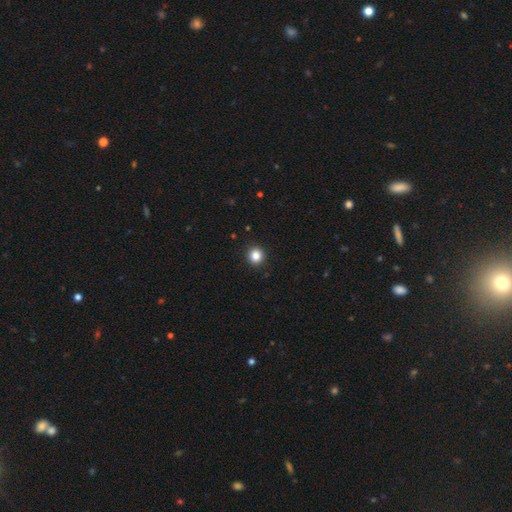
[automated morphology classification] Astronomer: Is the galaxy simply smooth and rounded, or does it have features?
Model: smooth — 85%.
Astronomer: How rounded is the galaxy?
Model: round — 92%.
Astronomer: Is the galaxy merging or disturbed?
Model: none — 92%.